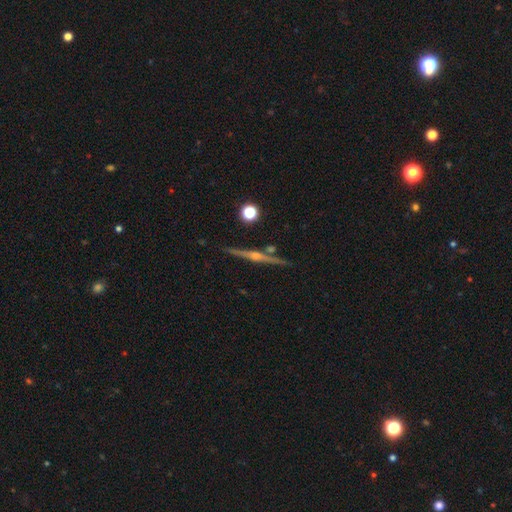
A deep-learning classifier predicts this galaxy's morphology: Overall: featured or disk (84%). Edge-on disk: yes (98%). Edge-on bulge: rounded (88%). Merging: none (89%).